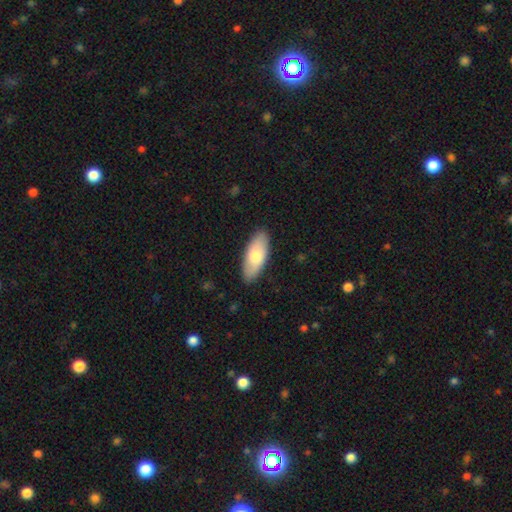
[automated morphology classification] Overall: smooth (74%). How rounded: in between (84%). Merging: none (88%).